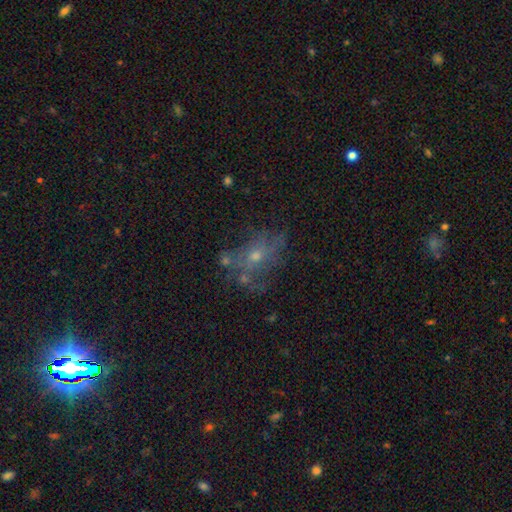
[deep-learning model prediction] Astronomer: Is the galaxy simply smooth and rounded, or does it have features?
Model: featured or disk — 53% (runner-up: smooth, 29%).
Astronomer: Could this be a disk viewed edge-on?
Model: no — 95%.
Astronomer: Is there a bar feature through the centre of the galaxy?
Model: no — 84%.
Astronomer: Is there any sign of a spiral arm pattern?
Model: no — 66%.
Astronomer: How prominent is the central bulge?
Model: small — 51% (runner-up: moderate, 42%).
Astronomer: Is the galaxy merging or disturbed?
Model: none — 49%.